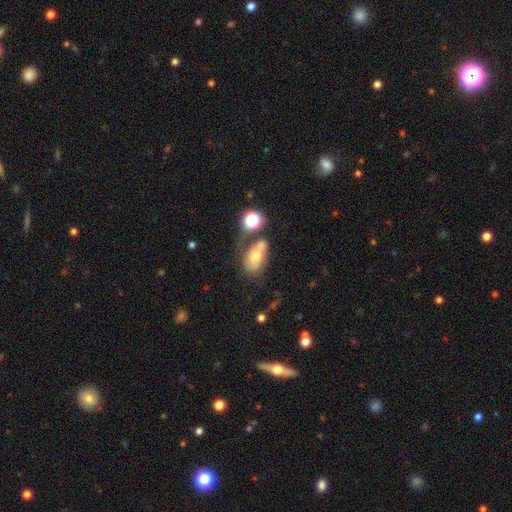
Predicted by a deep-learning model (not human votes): This is possibly a smooth galaxy (53%). How rounded: clearly in between (84%). Merging: marginally none (31%).